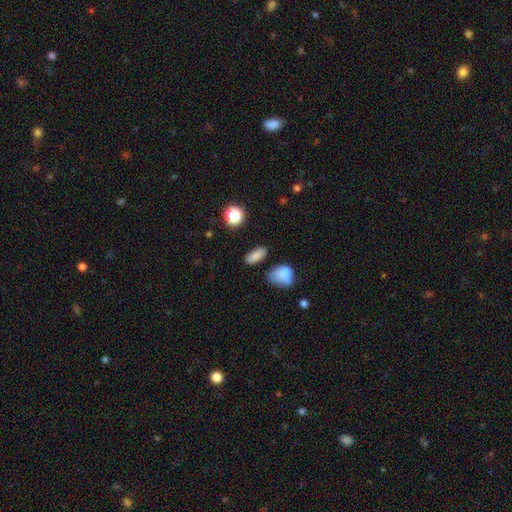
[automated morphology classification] A smooth galaxy with no disk features (83%) that is in between round and cigar-shaped (82%).

Vote fractions:
- Smooth or featured? smooth: 83% / star or artifact: 11% / featured or disk: 6%
- How rounded? in between: 82% / cigar-shaped: 11% / round: 7%
- Merging? none: 79% / minor disturbance: 13% / merger: 4% / major disturbance: 4%